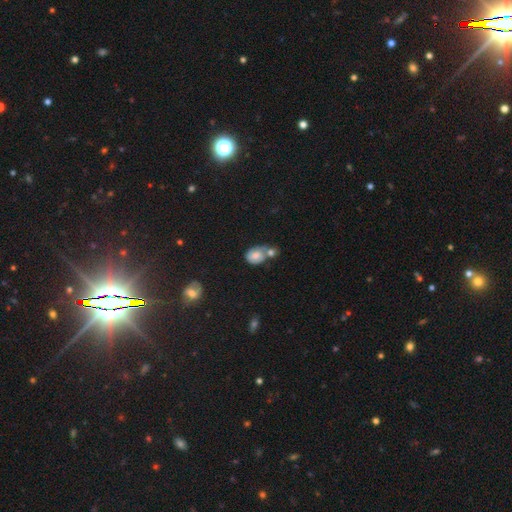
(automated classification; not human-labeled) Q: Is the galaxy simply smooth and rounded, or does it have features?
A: smooth — 63%.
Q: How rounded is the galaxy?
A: in between — 58%.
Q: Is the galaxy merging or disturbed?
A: merger — 47%.